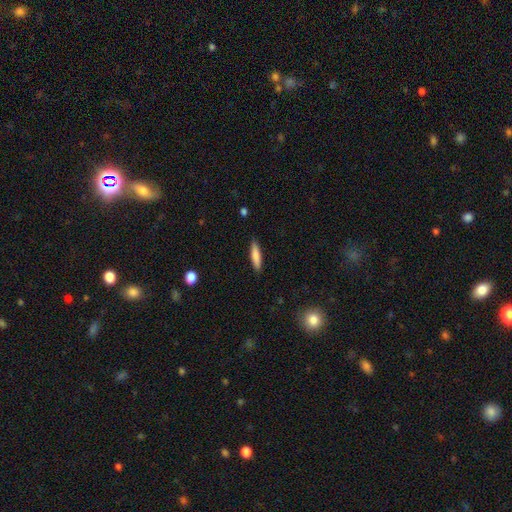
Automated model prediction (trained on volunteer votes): Overall: smooth (79%). How rounded: cigar-shaped (82%). Merging: none (88%).